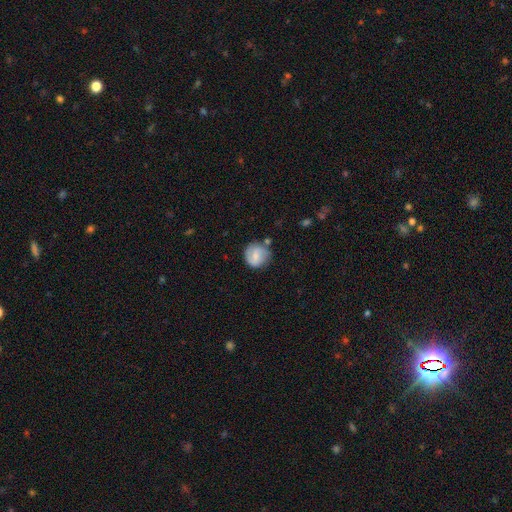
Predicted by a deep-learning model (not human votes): Smooth or featured?
  - smooth: 57% *
  - featured or disk: 35%
  - star or artifact: 8%
How rounded?
  - round: 86% *
  - in between: 13%
  - cigar-shaped: 1%
Merging?
  - none: 69% *
  - minor disturbance: 19%
  - merger: 7%
  - major disturbance: 6%